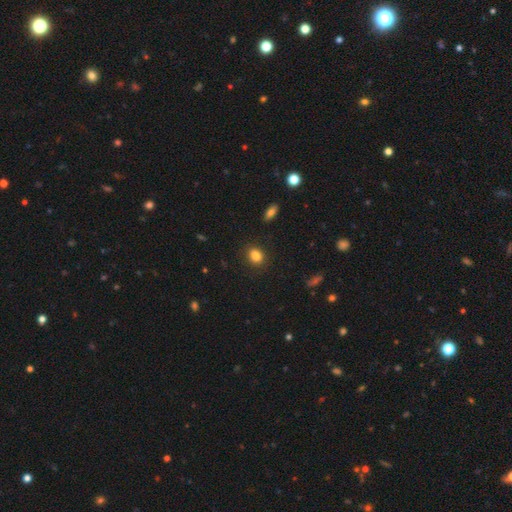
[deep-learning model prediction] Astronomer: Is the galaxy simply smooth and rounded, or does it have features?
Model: smooth — 85%.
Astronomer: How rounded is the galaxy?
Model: in between — 51% (runner-up: round, 47%).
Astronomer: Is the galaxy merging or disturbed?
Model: none — 87%.